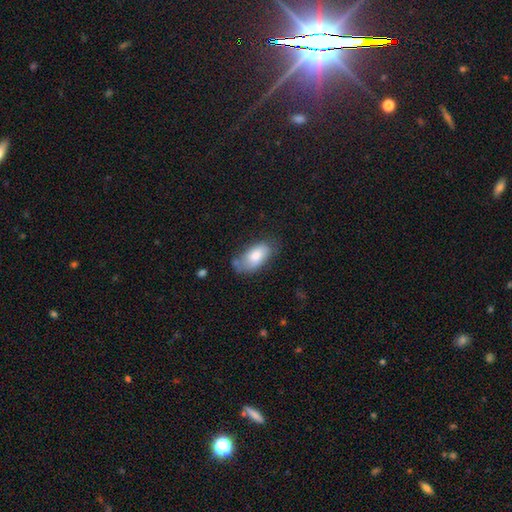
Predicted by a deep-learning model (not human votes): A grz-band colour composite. It shows a smooth galaxy with no disk features (77%) that is in between round and cigar-shaped (94%). Merging: none (56%).